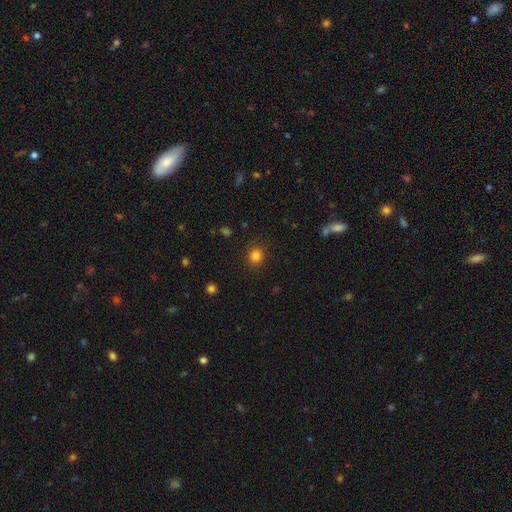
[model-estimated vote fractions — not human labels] smooth_or_featured: smooth (p=0.84) [alt: star or artifact p=0.12]
how_rounded: round (p=0.81) [alt: in between p=0.18]
merging: none (p=0.88) [alt: minor disturbance p=0.08]